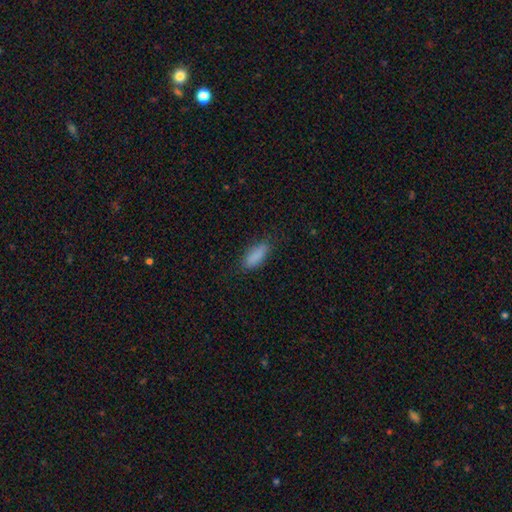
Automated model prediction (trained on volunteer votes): This appears to be a smooth galaxy with no disk features (86%) that is in between round and cigar-shaped (75%). Merging: none (77%).